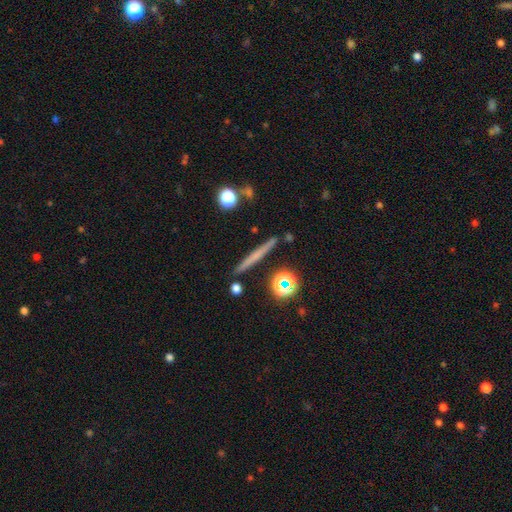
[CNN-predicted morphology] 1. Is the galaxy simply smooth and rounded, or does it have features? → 44% featured or disk, 43% smooth, 12% star or artifact.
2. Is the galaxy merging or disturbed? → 88% none, 7% minor disturbance, 3% merger, 2% major disturbance.